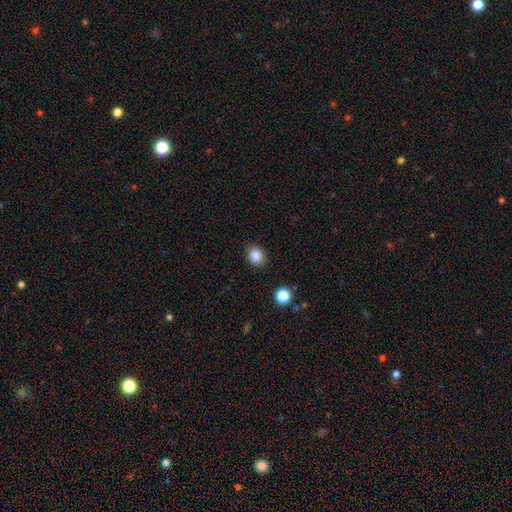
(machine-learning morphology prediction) Smooth or featured?
  - smooth: 85% *
  - star or artifact: 10%
  - featured or disk: 4%
How rounded?
  - round: 61% *
  - in between: 38%
  - cigar-shaped: 1%
Merging?
  - none: 88% *
  - minor disturbance: 8%
  - major disturbance: 2%
  - merger: 1%